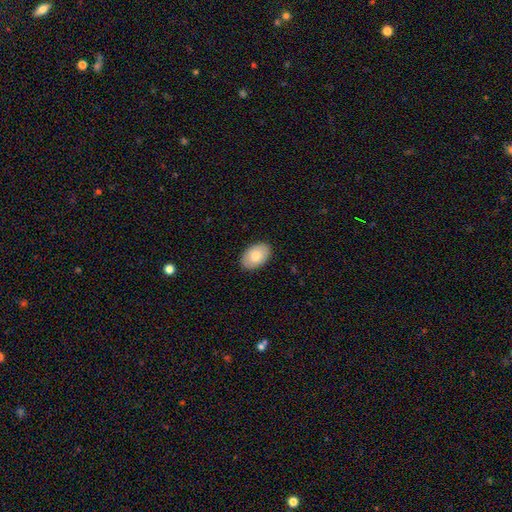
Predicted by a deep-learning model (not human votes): This appears to be a smooth galaxy with no disk features (82%) that is in between round and cigar-shaped (90%). Merging: none (89%).